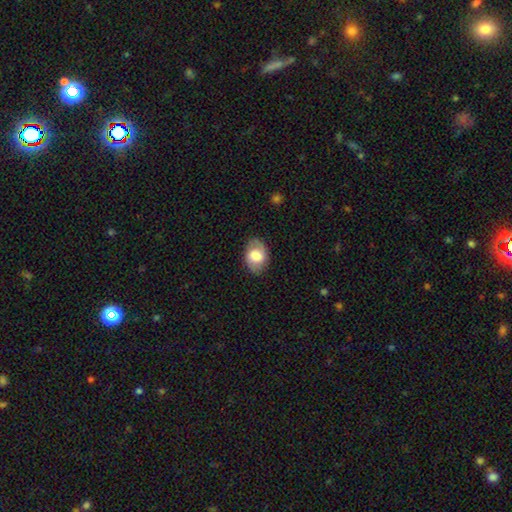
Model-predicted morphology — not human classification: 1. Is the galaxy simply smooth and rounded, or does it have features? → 60% smooth, 33% featured or disk, 8% star or artifact.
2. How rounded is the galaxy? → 78% in between, 21% round, 1% cigar-shaped.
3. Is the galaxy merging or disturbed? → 78% none, 16% minor disturbance, 5% major disturbance, 1% merger.